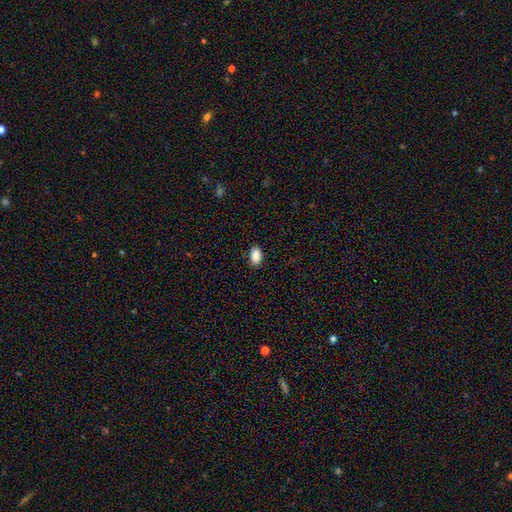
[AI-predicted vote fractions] Smooth or featured? Predicted: smooth (p=0.89). How rounded? Predicted: in between (p=0.90). Merging? Predicted: none (p=0.88).